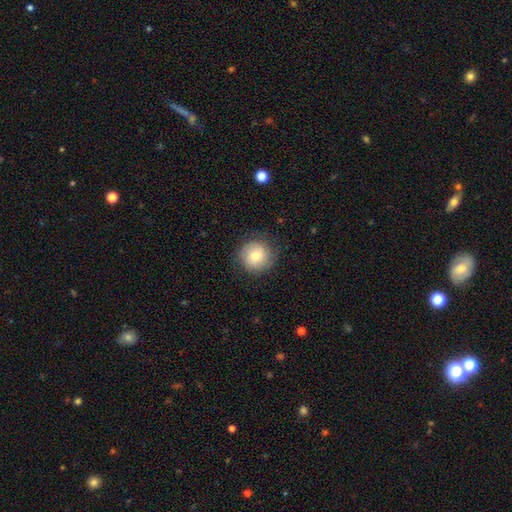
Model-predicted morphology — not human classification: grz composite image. It shows a smooth galaxy with no disk features (72%) that is round (92%). Merging: none (83%).